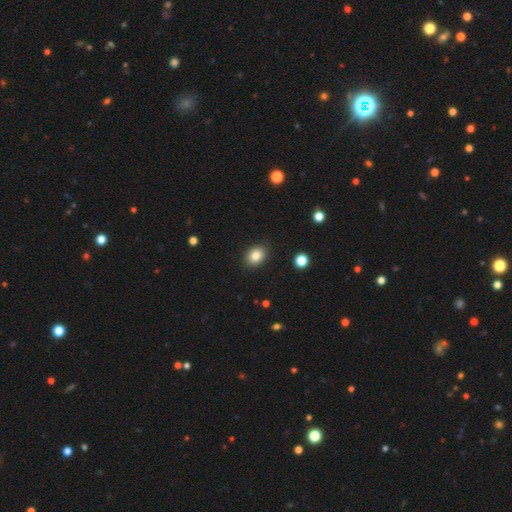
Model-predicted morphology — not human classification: Smooth or featured? Predicted: smooth (p=0.84). How rounded? Predicted: in between (p=0.65). Merging? Predicted: none (p=0.88).